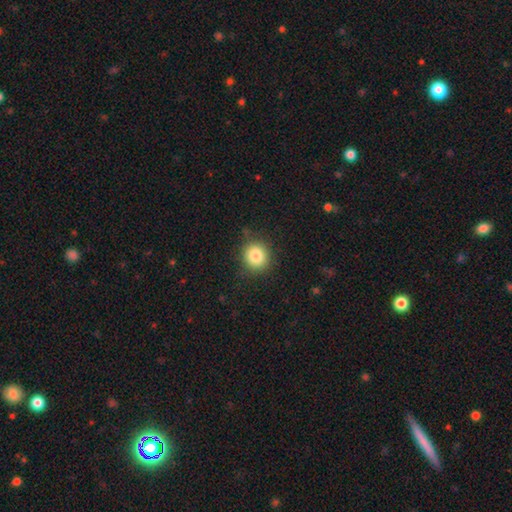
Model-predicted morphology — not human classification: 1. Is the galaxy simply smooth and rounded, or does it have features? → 84% smooth, 10% star or artifact, 6% featured or disk.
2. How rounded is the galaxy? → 88% round, 12% in between, 1% cigar-shaped.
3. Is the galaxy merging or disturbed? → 86% none, 10% minor disturbance, 3% major disturbance, 1% merger.